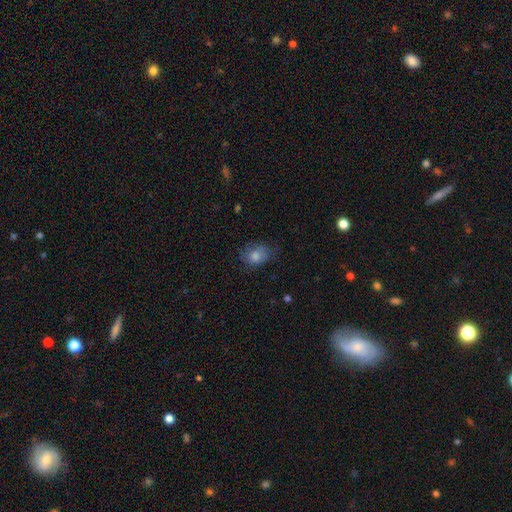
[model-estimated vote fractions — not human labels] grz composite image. It shows a smooth galaxy with no disk features (75%) that is in between round and cigar-shaped (49%, tied with round). Merging: none (66%).